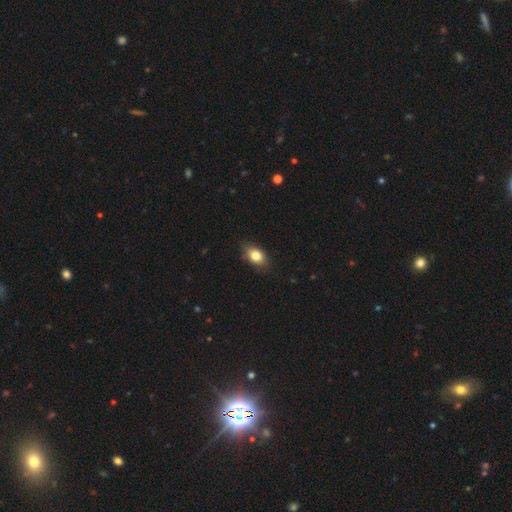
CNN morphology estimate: smooth_or_featured: smooth (p=0.81) [alt: featured or disk p=0.10]
how_rounded: in between (p=0.82) [alt: round p=0.16]
merging: none (p=0.83) [alt: minor disturbance p=0.13]